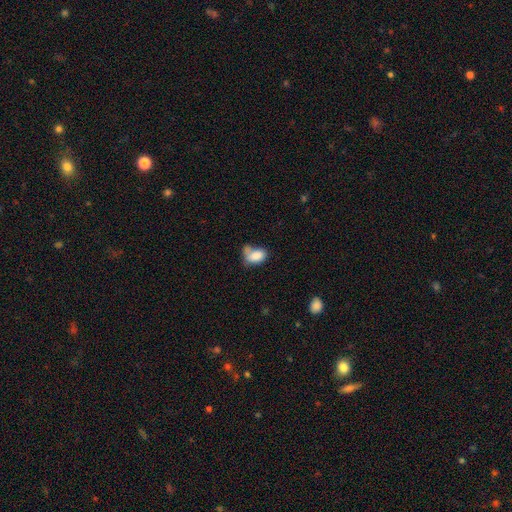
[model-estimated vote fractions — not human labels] This is clearly a smooth galaxy (82%). How rounded: clearly in between (86%). Merging: marginally none (32%).